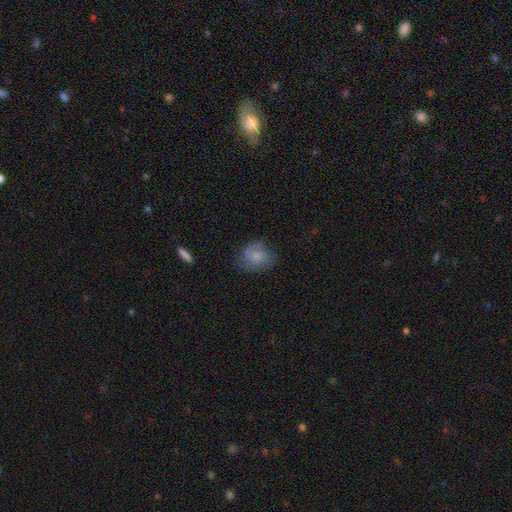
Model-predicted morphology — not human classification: This is likely a smooth galaxy (74%). How rounded: possibly round (51%). Merging: possibly none (57%).